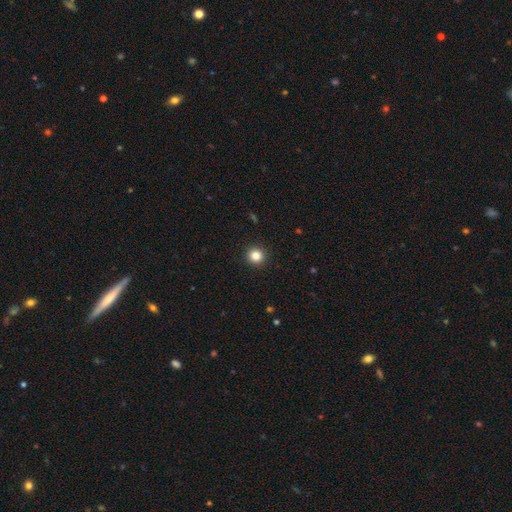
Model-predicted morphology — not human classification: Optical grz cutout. It shows a smooth galaxy with no disk features (84%) that is round (93%). Merging: none (93%).